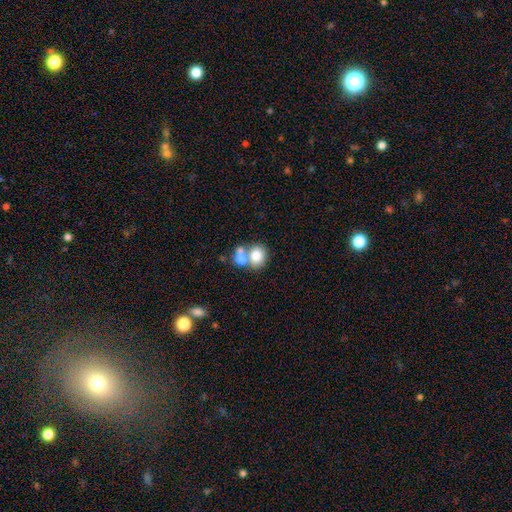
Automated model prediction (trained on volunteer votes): The model was most divided on "how rounded": round: 54%, in between: 45%, cigar-shaped: 1%. More confident: smooth or featured — smooth (76%); merging — merger (57%).